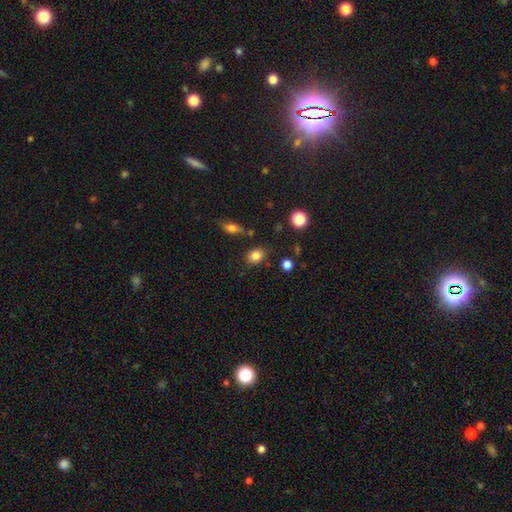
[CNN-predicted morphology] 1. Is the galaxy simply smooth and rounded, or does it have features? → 84% smooth, 10% star or artifact, 6% featured or disk.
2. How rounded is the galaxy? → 54% in between, 44% round, 1% cigar-shaped.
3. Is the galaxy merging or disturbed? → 81% none, 11% minor disturbance, 5% merger, 3% major disturbance.